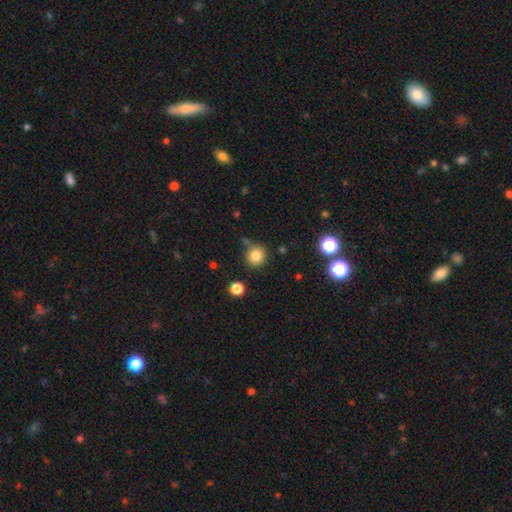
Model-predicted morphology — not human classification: Smooth or featured? Predicted: smooth (p=0.81). How rounded? Predicted: round (p=0.92). Merging? Predicted: none (p=0.75).